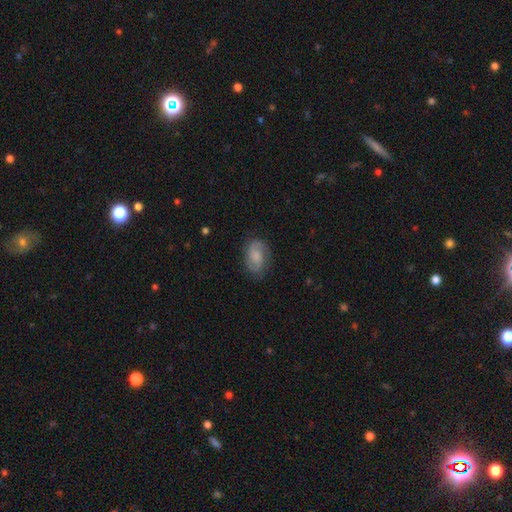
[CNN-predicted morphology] featured or disk 63%, smooth 29%, star or artifact 8%. Down the decision tree: edge-on disk — no (97%); bar — no (56%); spiral arms — yes (93%); spiral arm count — 2 (86%); spiral winding — medium (47%); bulge size — none (31%); merging — none (78%).